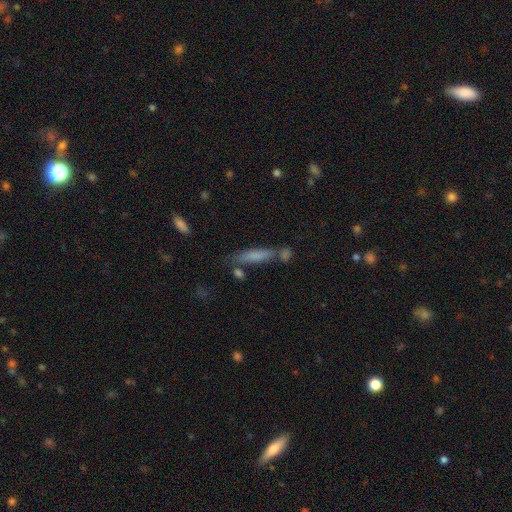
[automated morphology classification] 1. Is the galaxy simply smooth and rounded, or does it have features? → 74% smooth, 18% featured or disk, 8% star or artifact.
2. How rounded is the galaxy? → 80% cigar-shaped, 18% in between, 2% round.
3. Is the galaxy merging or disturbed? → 65% none, 15% merger, 15% minor disturbance, 5% major disturbance.